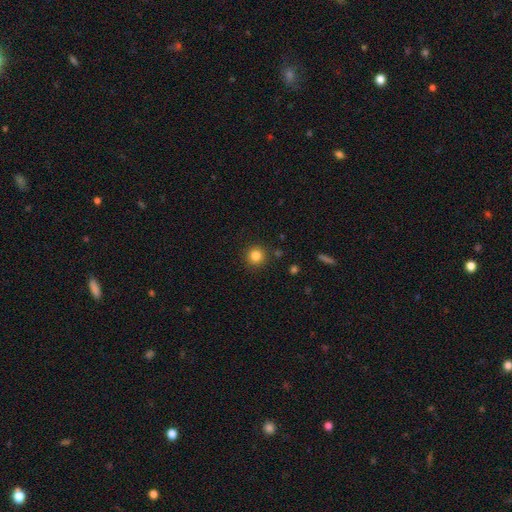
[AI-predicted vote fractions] This is clearly a smooth galaxy (83%). How rounded: clearly round (94%). Merging: clearly none (89%).